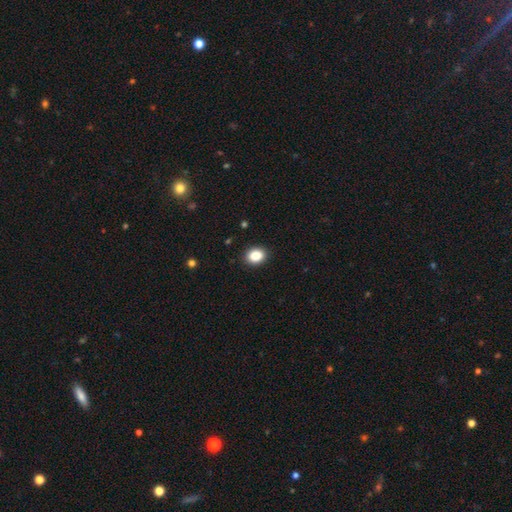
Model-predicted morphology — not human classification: A smooth galaxy with no disk features (87%) that is in between round and cigar-shaped (54%).

Vote fractions:
- Smooth or featured? smooth: 87% / star or artifact: 9% / featured or disk: 4%
- How rounded? in between: 54% / round: 45% / cigar-shaped: 1%
- Merging? none: 91% / minor disturbance: 7% / major disturbance: 2% / merger: 1%